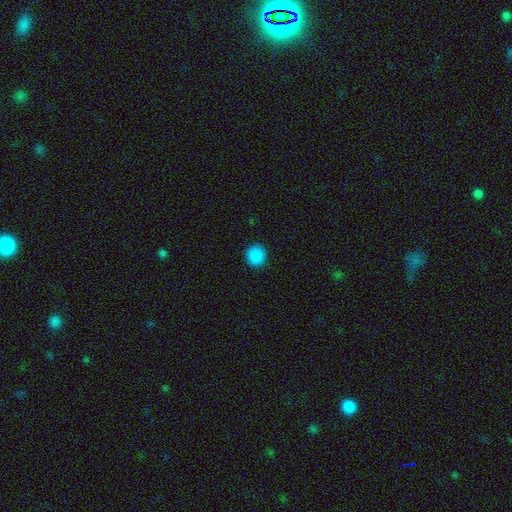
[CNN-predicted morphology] smooth_or_featured: smooth (p=0.89) [alt: star or artifact p=0.09]
how_rounded: round (p=0.93) [alt: in between p=0.06]
merging: none (p=0.93) [alt: minor disturbance p=0.05]